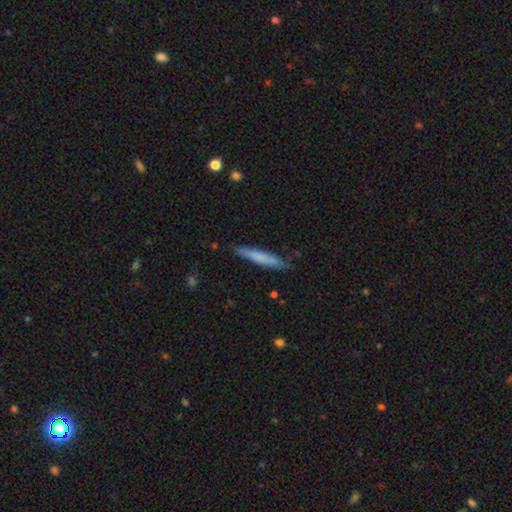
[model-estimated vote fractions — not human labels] Morphology: type=smooth (65%); roundness=cigar-shaped (94%); merging=none (86%).